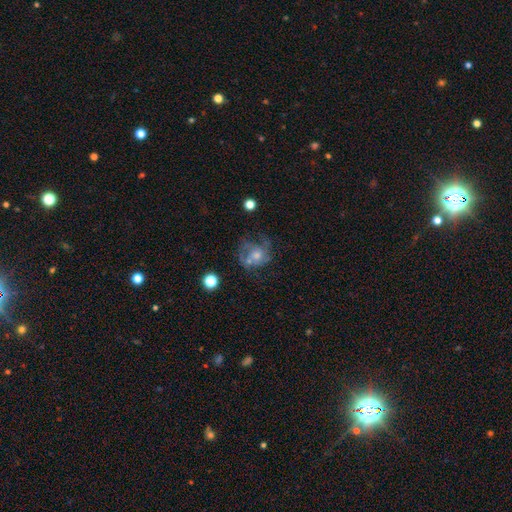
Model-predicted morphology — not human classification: The model was most divided on "merging": none: 40%, major disturbance: 31%, minor disturbance: 21%, merger: 8%. Remaining: edge-on disk — no (98%); bar — no (81%); spiral arms — yes (66%); smooth or featured — featured or disk (59%); bulge size — moderate (49%).